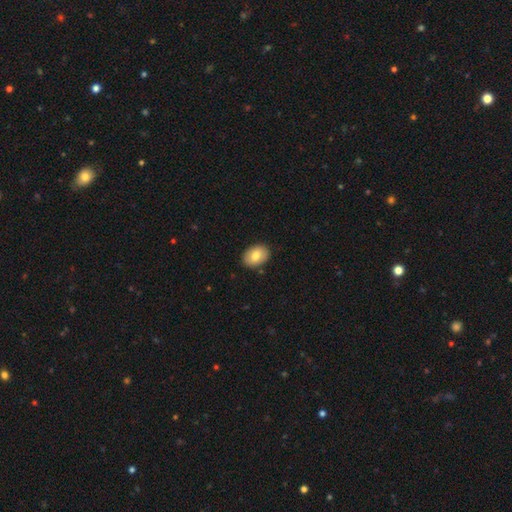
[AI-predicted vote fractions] The model was most divided on "how rounded": in between: 81%, round: 18%, cigar-shaped: 1%. More confident: merging — none (88%); smooth or featured — smooth (79%).